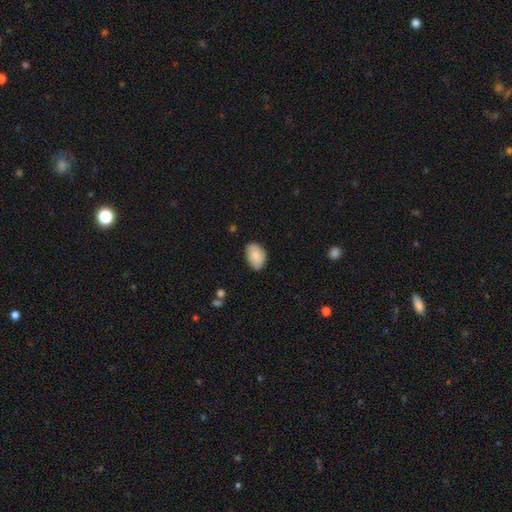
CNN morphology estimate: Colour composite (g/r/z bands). It shows a smooth galaxy with no disk features (83%) that is in between round and cigar-shaped (89%). Merging: none (73%).